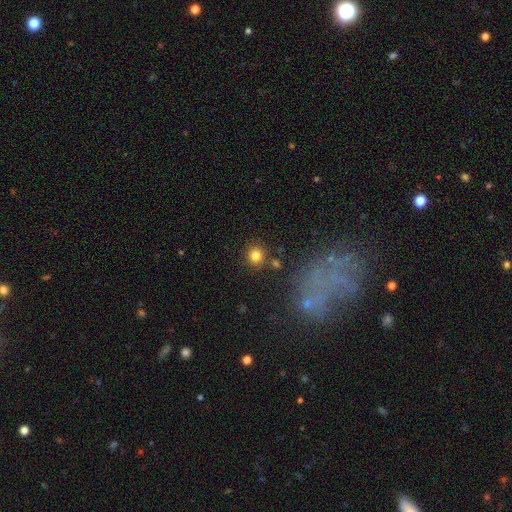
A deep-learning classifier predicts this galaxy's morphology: Overall: smooth (82%). How rounded: round (90%). Merging: none (84%).